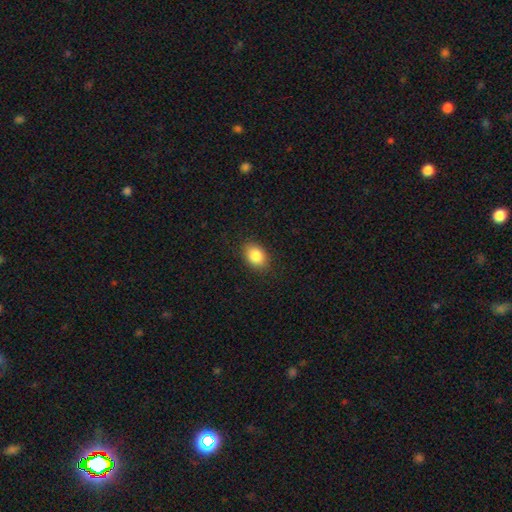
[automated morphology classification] smooth 86%, star or artifact 8%, featured or disk 6%. Down the decision tree: how rounded — in between (76%); merging — none (87%).